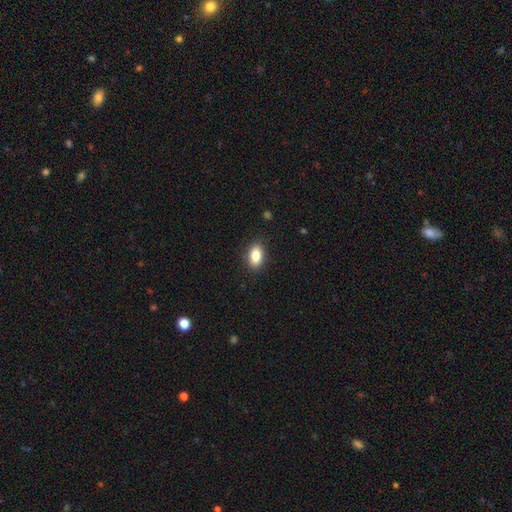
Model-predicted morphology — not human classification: Smooth or featured: smooth — 85% (star or artifact — 8%)
How rounded: in between — 89% (round — 8%)
Merging: none — 88% (minor disturbance — 9%)